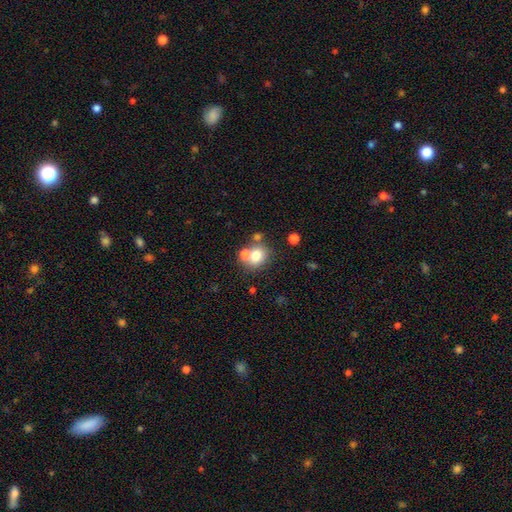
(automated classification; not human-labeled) smooth 73%, featured or disk 15%, star or artifact 12%. Down the decision tree: how rounded — round (64%); merging — none (50%).